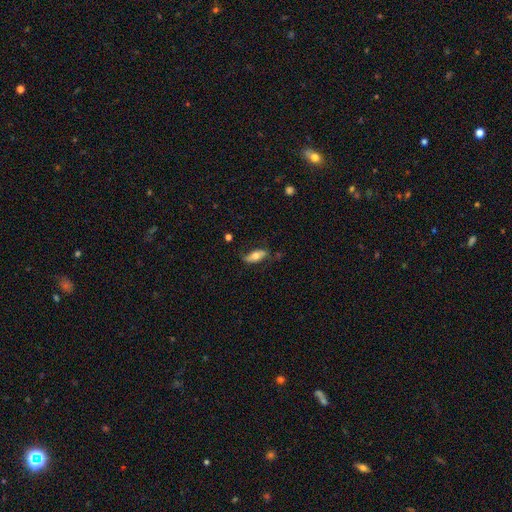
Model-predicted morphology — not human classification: This is possibly a smooth galaxy (59%). How rounded: likely in between (76%). Merging: likely none (65%).